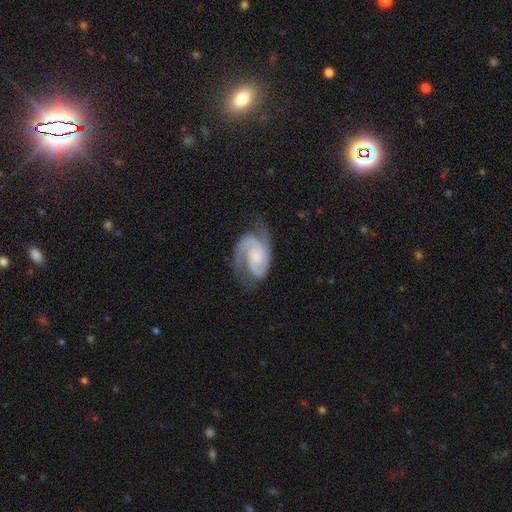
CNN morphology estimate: smooth_or_featured: featured or disk (p=0.90) [alt: smooth p=0.06]
disk_edge_on: no (p=0.98) [alt: yes p=0.02]
bar: no (p=0.58) [alt: weak p=0.33]
has_spiral_arms: yes (p=0.98) [alt: no p=0.02]
spiral_winding: medium (p=0.49) [alt: tight p=0.41]
spiral_arm_count: 2 (p=0.85) [alt: 3 p=0.06]
bulge_size: none (p=0.40) [alt: small p=0.32]
merging: none (p=0.67) [alt: minor disturbance p=0.21]